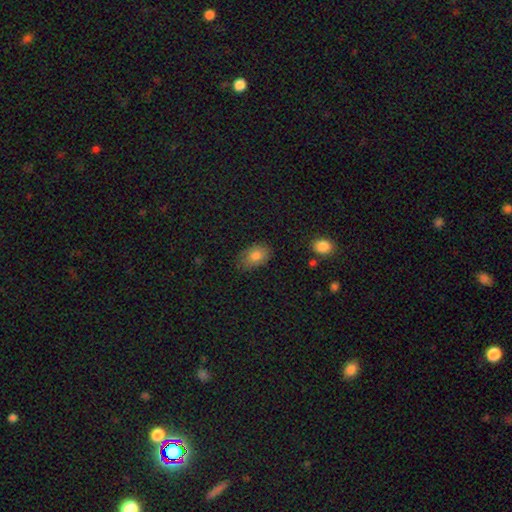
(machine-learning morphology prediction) This is clearly a smooth galaxy (81%). How rounded: clearly in between (85%). Merging: likely none (75%).